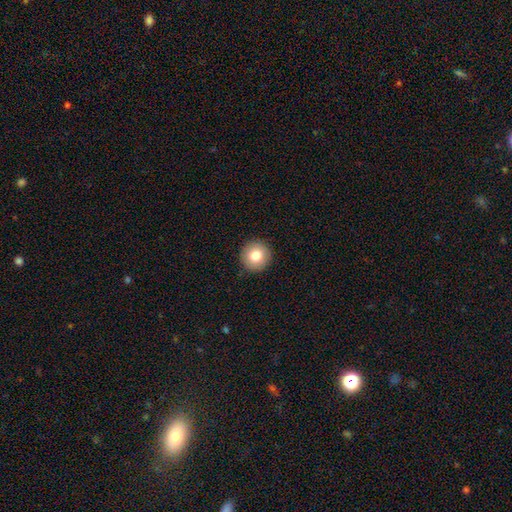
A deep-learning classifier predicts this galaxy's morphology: Q: Smooth or featured?
A: smooth (80%); runner-up: featured or disk (10%)
Q: How rounded?
A: round (95%); runner-up: in between (4%)
Q: Merging?
A: none (92%); runner-up: minor disturbance (6%)